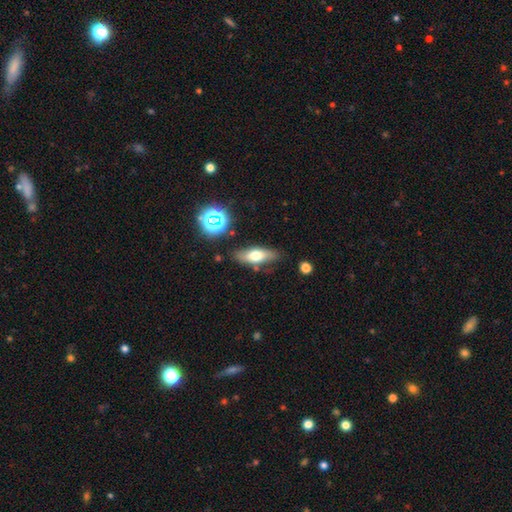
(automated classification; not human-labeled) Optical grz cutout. It shows a smooth galaxy with no disk features (61%) that is in between round and cigar-shaped (65%). Merging: none (78%).